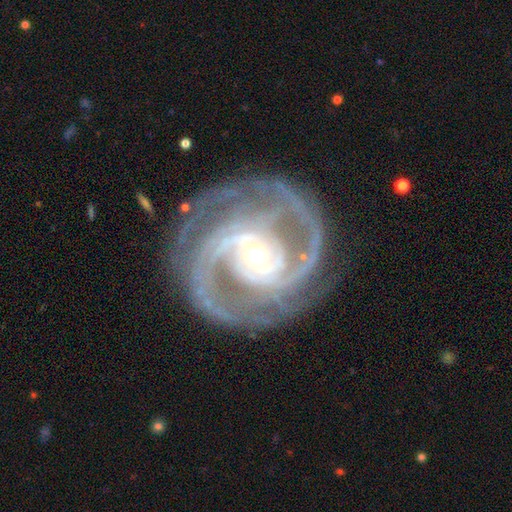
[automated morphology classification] Smooth or featured? Predicted: featured or disk (p=0.93). Edge-on disk? Predicted: no (p=0.98). Bar? Predicted: no (p=0.42). Spiral arms? Predicted: yes (p=0.99). Spiral winding? Predicted: tight (p=0.56). Spiral arm count? Predicted: 2 (p=0.51). Bulge size? Predicted: moderate (p=0.58). Merging? Predicted: none (p=0.79).